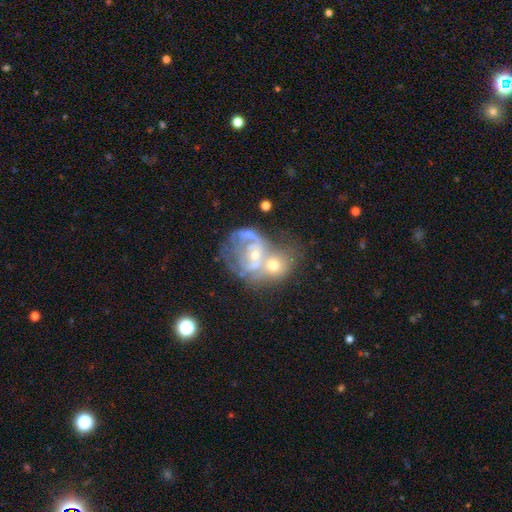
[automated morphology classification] smooth-or-featured: featured or disk: 68% | smooth: 22% | star or artifact: 11%
  disk-edge-on: no: 97% | yes: 3%
    bar: no: 73% | weak: 20% | strong: 7%
    has-spiral-arms: yes: 59% | no: 41%
    bulge-size: small: 47% | moderate: 44% | none: 5% | large: 3% | dominant: 2%
  merging: merger: 70% | none: 13% | major disturbance: 10% | minor disturbance: 7%